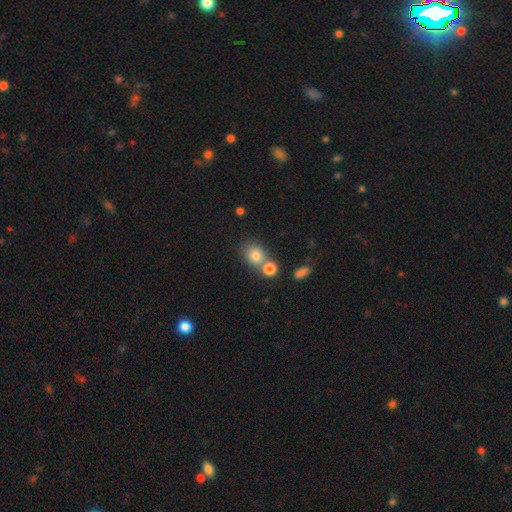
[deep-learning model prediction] Q: Smooth or featured?
A: smooth (80%); runner-up: star or artifact (11%)
Q: How rounded?
A: round (61%); runner-up: in between (38%)
Q: Merging?
A: none (51%); runner-up: merger (34%)